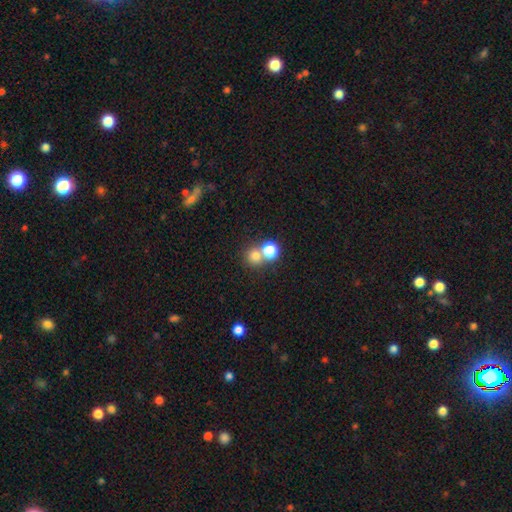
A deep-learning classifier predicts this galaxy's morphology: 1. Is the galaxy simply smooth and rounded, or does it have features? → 76% smooth, 15% star or artifact, 8% featured or disk.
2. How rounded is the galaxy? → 87% round, 12% in between, 1% cigar-shaped.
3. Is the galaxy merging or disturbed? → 50% none, 42% merger, 6% minor disturbance, 3% major disturbance.